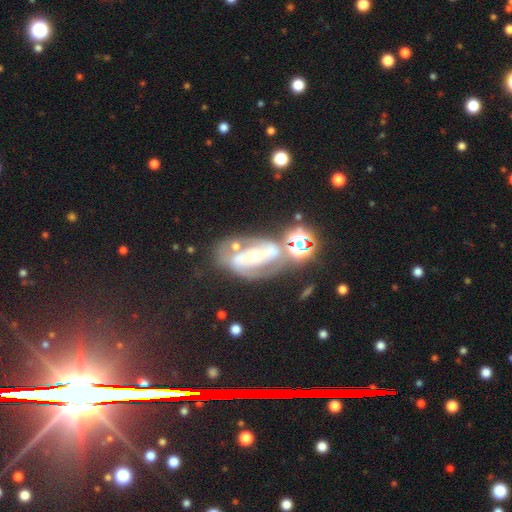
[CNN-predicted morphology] Smooth or featured? Predicted: featured or disk (p=0.77). Edge-on disk? Predicted: no (p=0.94). Bar? Predicted: no (p=0.37). Spiral arms? Predicted: yes (p=0.80). Spiral winding? Predicted: medium (p=0.46). Spiral arm count? Predicted: 2 (p=0.82). Bulge size? Predicted: moderate (p=0.53). Merging? Predicted: none (p=0.55).